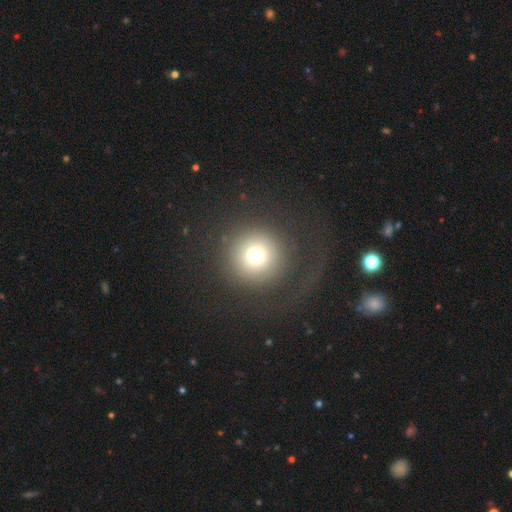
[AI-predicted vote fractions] Morphology: type=smooth (70%); roundness=round (95%); merging=none (77%).